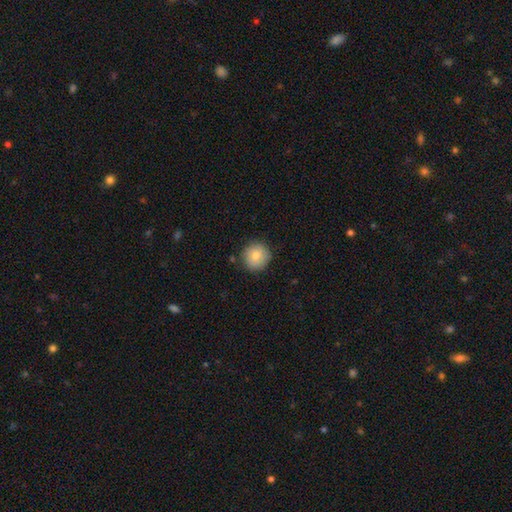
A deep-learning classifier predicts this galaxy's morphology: Smooth or featured?
  - smooth: 79% *
  - featured or disk: 12%
  - star or artifact: 8%
How rounded?
  - round: 93% *
  - in between: 6%
  - cigar-shaped: 1%
Merging?
  - none: 86% *
  - minor disturbance: 11%
  - major disturbance: 2%
  - merger: 2%